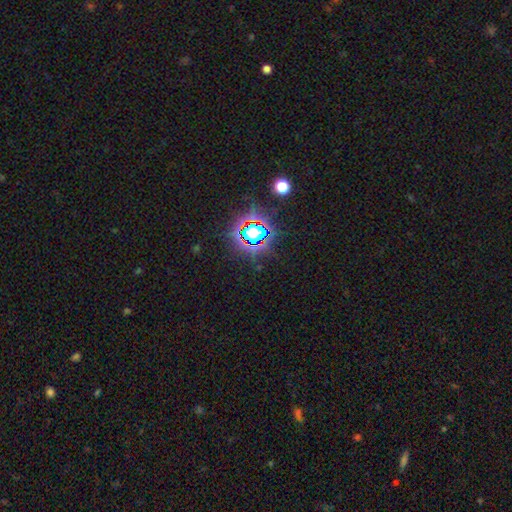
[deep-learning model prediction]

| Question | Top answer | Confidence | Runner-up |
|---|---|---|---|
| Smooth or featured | star or artifact | 81% | smooth (12%) |